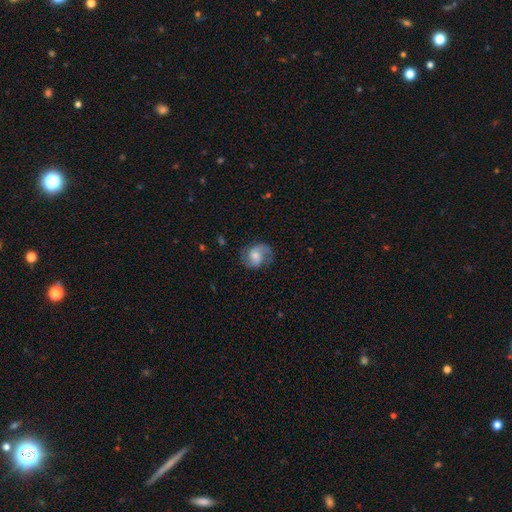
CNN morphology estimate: This is possibly a featured or disk galaxy (58%). It is clearly not viewed edge-on (97%). Bar: possibly no (53%). Spiral arm pattern: clearly yes (90%). Spiral arm count: likely 2 (77%). Spiral winding: possibly medium (45%). Central bulge: possibly moderate (49%). Merging: likely none (64%).